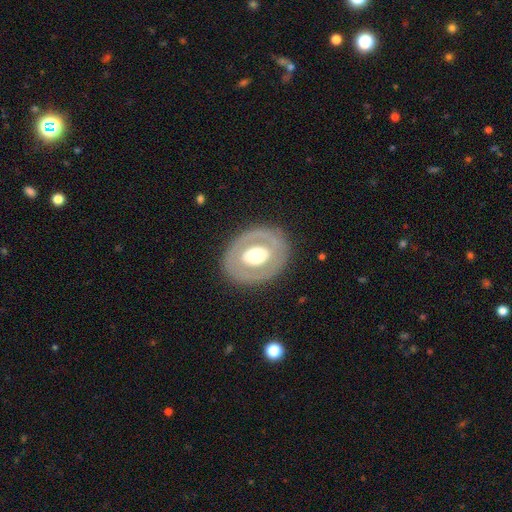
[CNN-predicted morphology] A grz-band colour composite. It shows a featured or disk galaxy (57%) with no bar (72%), no spiral arms (89%) and a moderate central bulge (47%). Merging: none (82%).